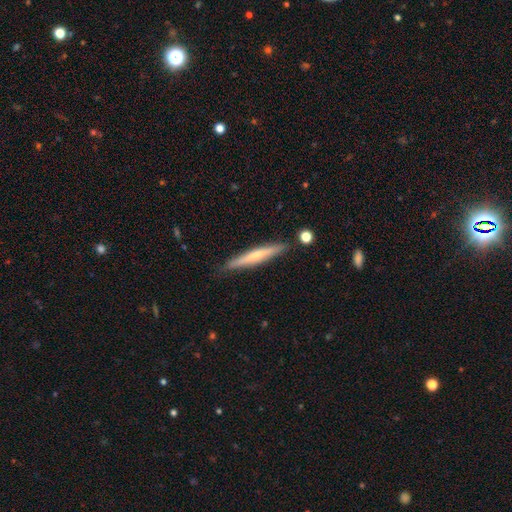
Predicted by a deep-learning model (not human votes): The model was most divided on "smooth or featured": featured or disk: 49%, smooth: 45%, star or artifact: 6%. More confident: merging — none (87%).